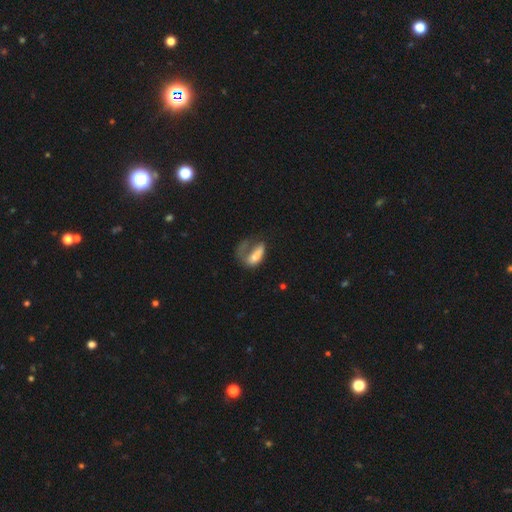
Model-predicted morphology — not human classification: type=smooth (53%); roundness=in between (77%); merging=major disturbance (59%).